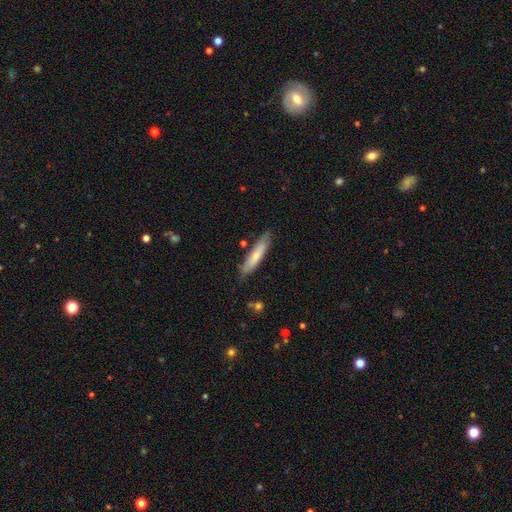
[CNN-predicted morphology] The model was most divided on "smooth or featured": smooth: 68%, featured or disk: 27%, star or artifact: 6%. More confident: how rounded — cigar-shaped (83%); merging — none (80%).